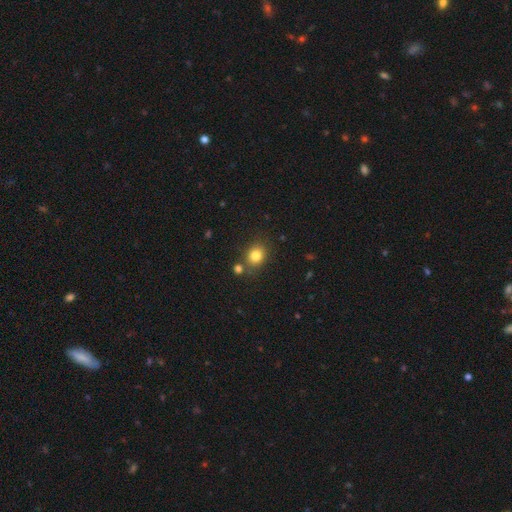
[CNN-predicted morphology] smooth_or_featured: smooth (p=0.81) [alt: star or artifact p=0.12]
how_rounded: round (p=0.67) [alt: in between p=0.32]
merging: none (p=0.75) [alt: minor disturbance p=0.11]